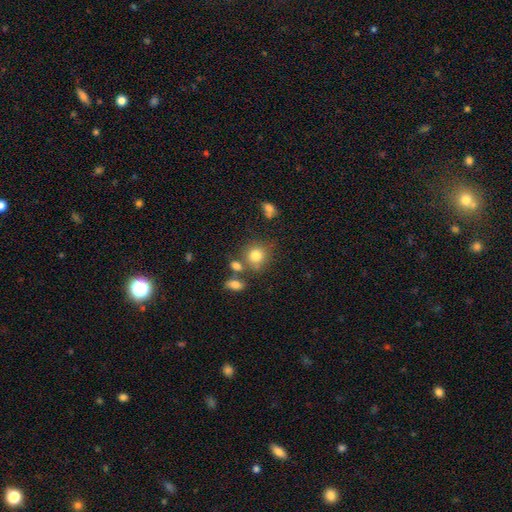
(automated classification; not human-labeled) Smooth or featured? smooth (79%)
How rounded? round (80%)
Merging? none (64%)